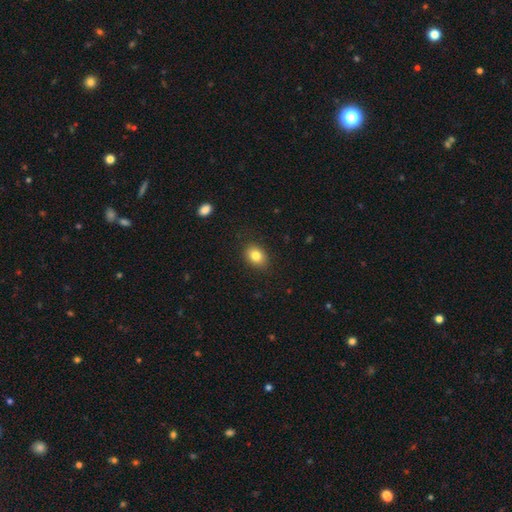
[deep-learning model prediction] smooth-or-featured: smooth: 82% | star or artifact: 10% | featured or disk: 8%
  how-rounded: in between: 62% | round: 37% | cigar-shaped: 1%
  merging: none: 87% | minor disturbance: 10% | major disturbance: 2% | merger: 1%